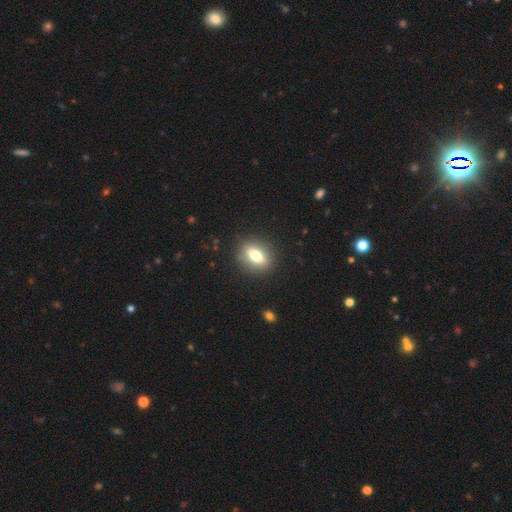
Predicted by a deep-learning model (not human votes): This appears to be a smooth galaxy with no disk features (68%) that is in between round and cigar-shaped (63%). Merging: none (88%).